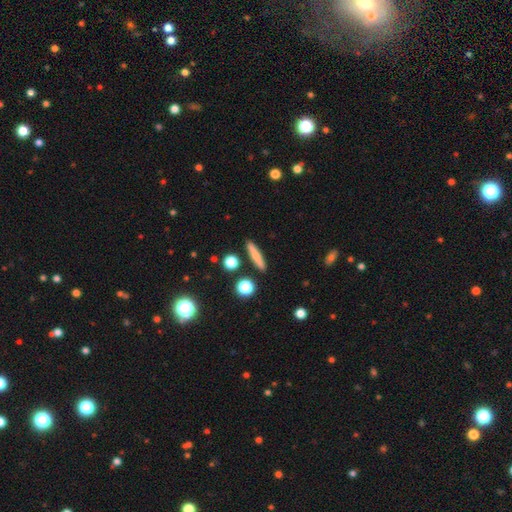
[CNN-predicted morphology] Smooth or featured?
  - smooth: 71% *
  - featured or disk: 20%
  - star or artifact: 9%
How rounded?
  - cigar-shaped: 85% *
  - in between: 10%
  - round: 5%
Merging?
  - none: 88% *
  - minor disturbance: 7%
  - merger: 3%
  - major disturbance: 2%